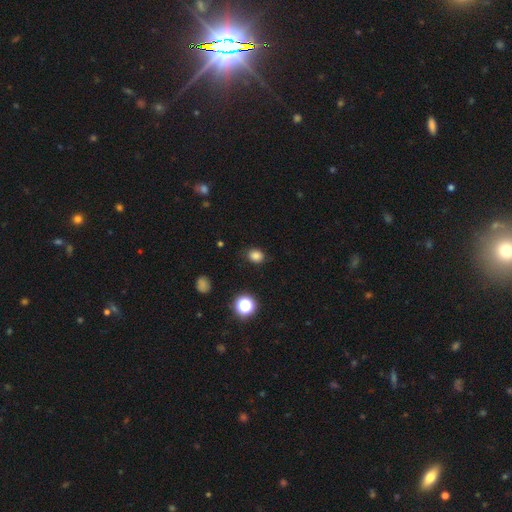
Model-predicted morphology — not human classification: smooth-or-featured: smooth: 80% | star or artifact: 15% | featured or disk: 5%
  how-rounded: in between: 50% | round: 49% | cigar-shaped: 1%
  merging: none: 84% | minor disturbance: 12% | major disturbance: 3% | merger: 1%